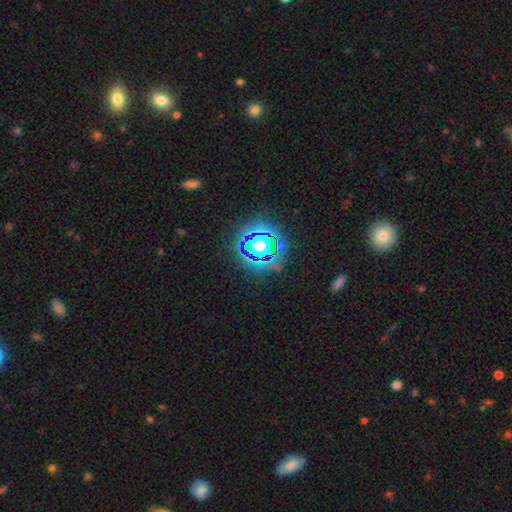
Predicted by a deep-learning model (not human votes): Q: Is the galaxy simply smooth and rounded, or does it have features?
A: star or artifact — 66%.